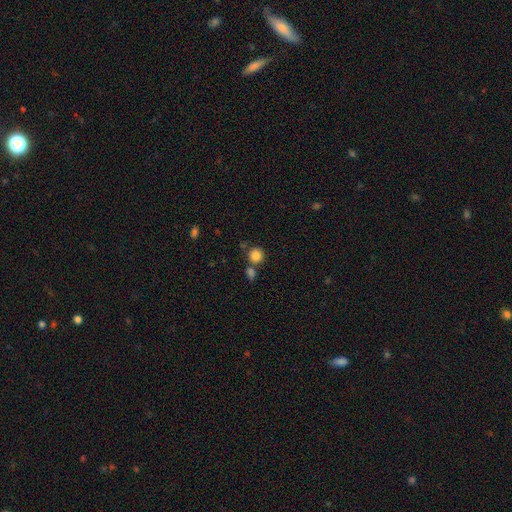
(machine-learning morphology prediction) This is clearly a smooth galaxy (84%). How rounded: clearly round (90%). Merging: likely none (65%).